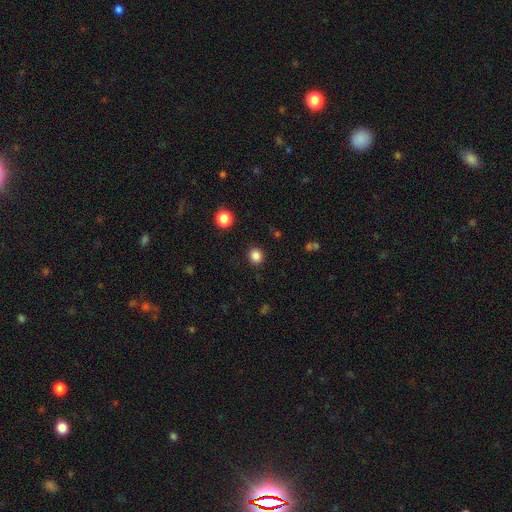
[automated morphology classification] smooth_or_featured: smooth (p=0.85) [alt: star or artifact p=0.12]
how_rounded: round (p=0.78) [alt: in between p=0.21]
merging: none (p=0.89) [alt: minor disturbance p=0.07]